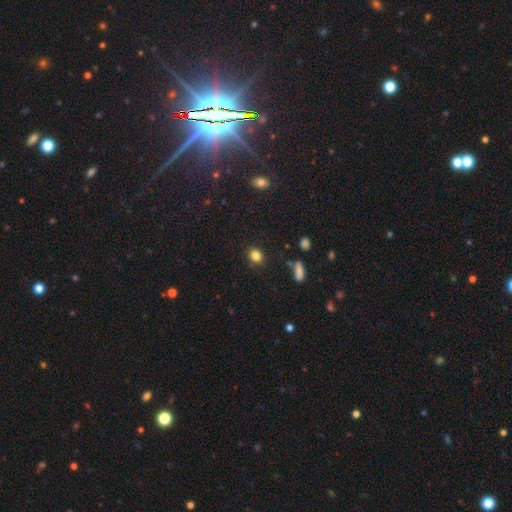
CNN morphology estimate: smooth_or_featured: smooth (p=0.83) [alt: star or artifact p=0.11]
how_rounded: round (p=0.64) [alt: in between p=0.35]
merging: none (p=0.86) [alt: minor disturbance p=0.10]